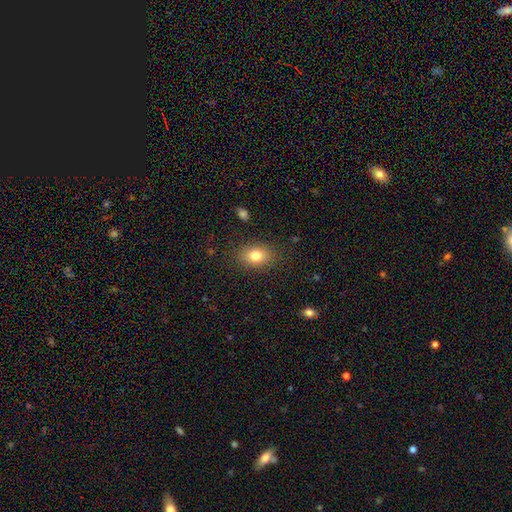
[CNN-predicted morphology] Smooth or featured? smooth (81%)
How rounded? in between (73%)
Merging? none (86%)